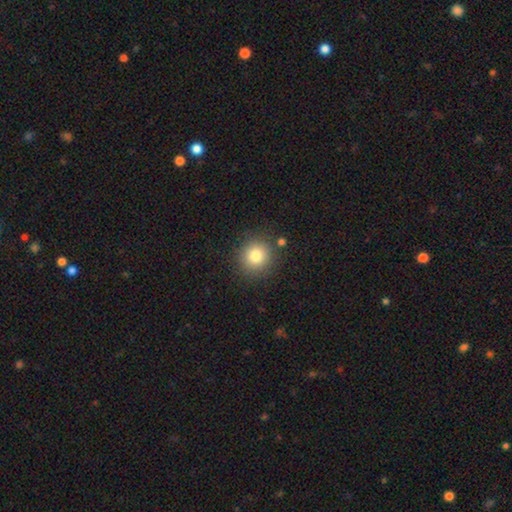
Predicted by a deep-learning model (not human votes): A smooth galaxy with no disk features (81%) that is round (91%).

Vote fractions:
- Smooth or featured? smooth: 81% / star or artifact: 11% / featured or disk: 8%
- How rounded? round: 91% / in between: 8% / cigar-shaped: 1%
- Merging? none: 86% / minor disturbance: 8% / merger: 3% / major disturbance: 3%